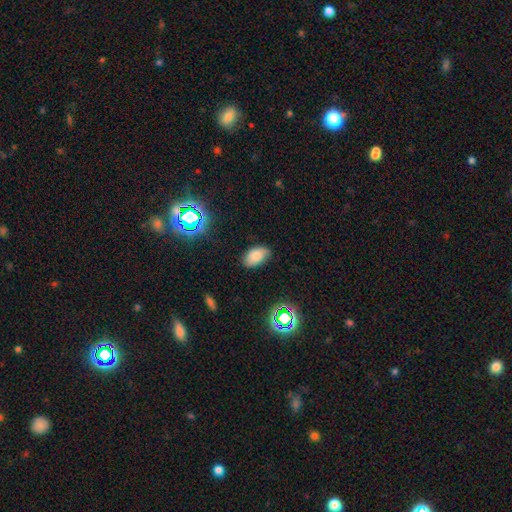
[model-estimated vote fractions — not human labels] A smooth galaxy with no disk features (77%) that is in between round and cigar-shaped (91%). Merging: none (76%).